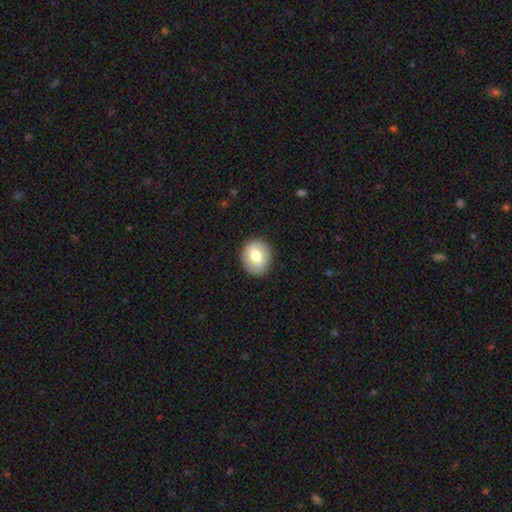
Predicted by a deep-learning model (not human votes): Smooth or featured? Predicted: smooth (p=0.72). How rounded? Predicted: round (p=0.56). Merging? Predicted: none (p=0.87).